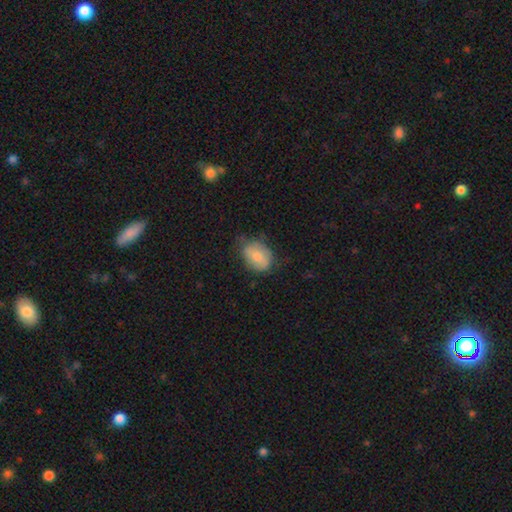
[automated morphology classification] Q: Smooth or featured?
A: smooth (74%); runner-up: featured or disk (19%)
Q: How rounded?
A: in between (72%); runner-up: round (27%)
Q: Merging?
A: none (62%); runner-up: minor disturbance (29%)